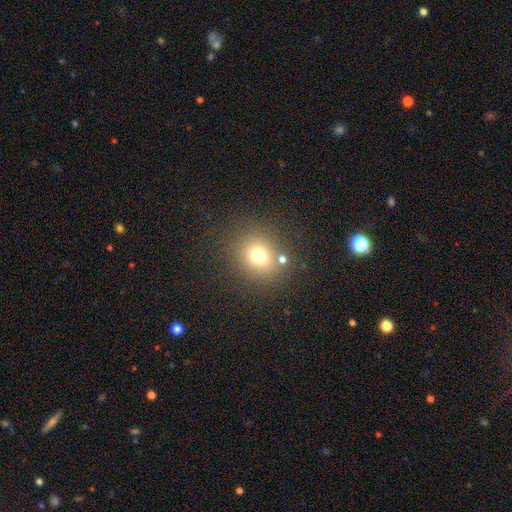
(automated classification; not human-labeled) A smooth galaxy with no disk features (71%) that is round (72%).

Vote fractions:
- Smooth or featured? smooth: 71% / star or artifact: 17% / featured or disk: 12%
- How rounded? round: 72% / in between: 28% / cigar-shaped: 1%
- Merging? none: 71% / merger: 12% / minor disturbance: 12% / major disturbance: 5%